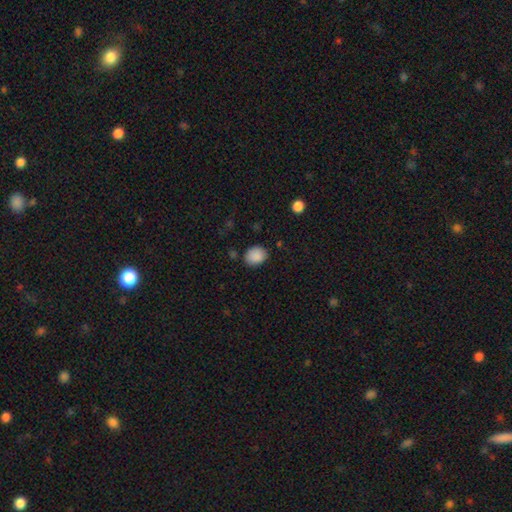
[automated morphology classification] Smooth or featured: smooth — 88% (star or artifact — 8%)
How rounded: in between — 53% (round — 46%)
Merging: none — 80% (minor disturbance — 14%)